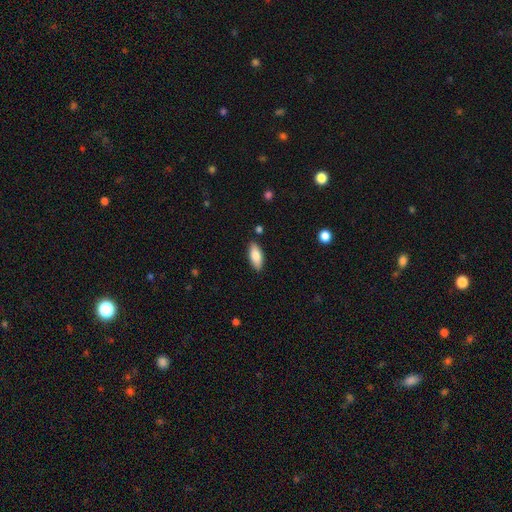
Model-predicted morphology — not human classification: The model was most divided on "how rounded": in between: 83%, cigar-shaped: 16%, round: 2%. More confident: merging — none (86%); smooth or featured — smooth (83%).